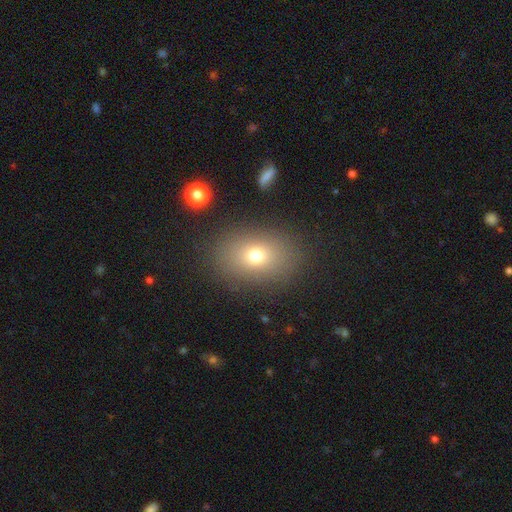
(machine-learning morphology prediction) The model was most divided on "how rounded": in between: 70%, round: 28%, cigar-shaped: 1%. More confident: merging — none (84%); smooth or featured — smooth (72%).